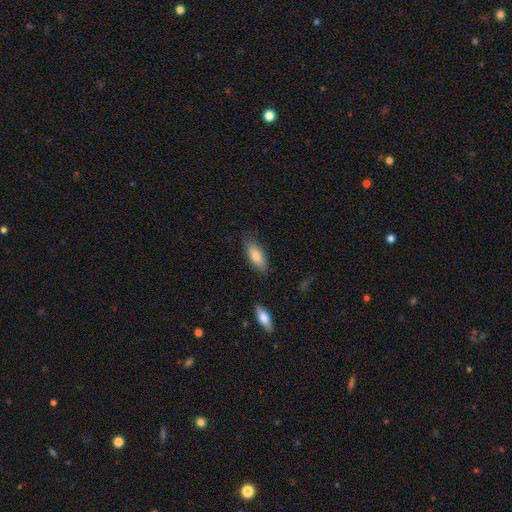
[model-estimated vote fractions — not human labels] Overall: smooth (82%). How rounded: in between (74%). Merging: none (81%).